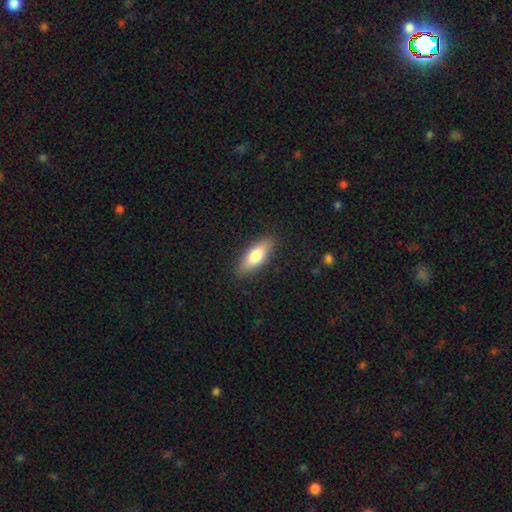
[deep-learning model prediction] Smooth or featured?
  - smooth: 76% *
  - featured or disk: 19%
  - star or artifact: 6%
How rounded?
  - in between: 70% *
  - cigar-shaped: 28%
  - round: 2%
Merging?
  - none: 87% *
  - minor disturbance: 10%
  - major disturbance: 2%
  - merger: 1%